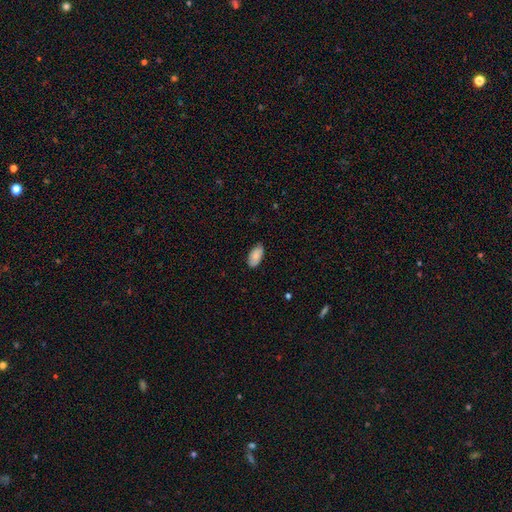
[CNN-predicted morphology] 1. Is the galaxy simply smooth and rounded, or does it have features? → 83% smooth, 11% featured or disk, 6% star or artifact.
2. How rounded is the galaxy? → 95% in between, 3% cigar-shaped, 2% round.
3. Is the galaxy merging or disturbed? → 81% none, 16% minor disturbance, 2% major disturbance, 1% merger.